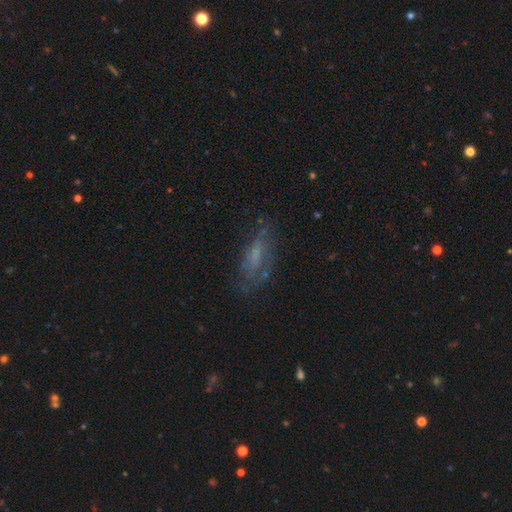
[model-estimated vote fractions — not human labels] Smooth or featured?
  - featured or disk: 45% *
  - smooth: 42%
  - star or artifact: 13%
Merging?
  - none: 57% *
  - minor disturbance: 24%
  - major disturbance: 17%
  - merger: 3%